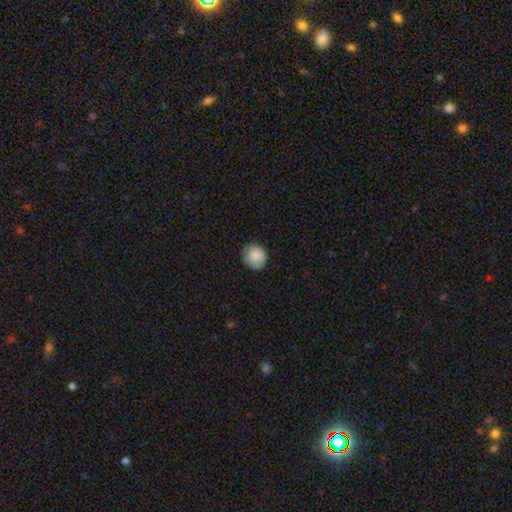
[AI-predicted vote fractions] This is clearly a smooth galaxy (84%). How rounded: likely round (76%). Merging: likely none (78%).